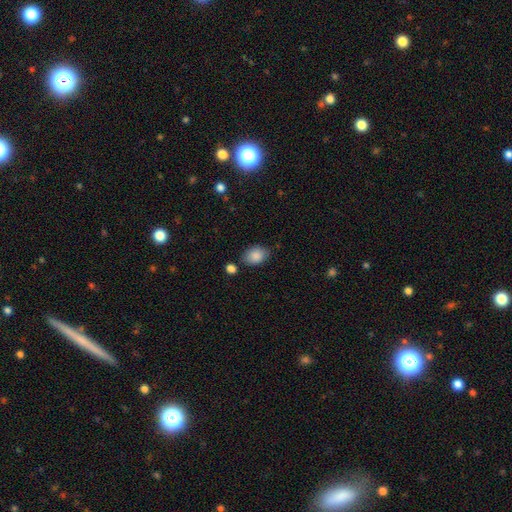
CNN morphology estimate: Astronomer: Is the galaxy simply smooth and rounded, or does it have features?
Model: smooth — 87%.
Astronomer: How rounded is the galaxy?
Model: in between — 76%.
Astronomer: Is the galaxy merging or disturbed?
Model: none — 76%.